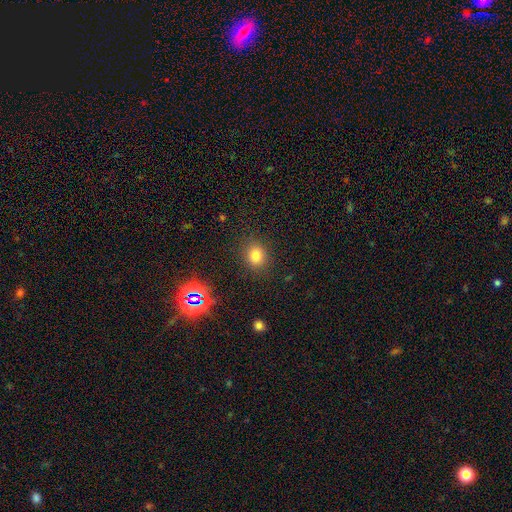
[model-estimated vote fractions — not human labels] smooth_or_featured: smooth (p=0.77) [alt: star or artifact p=0.16]
how_rounded: round (p=0.68) [alt: in between p=0.31]
merging: none (p=0.87) [alt: minor disturbance p=0.09]